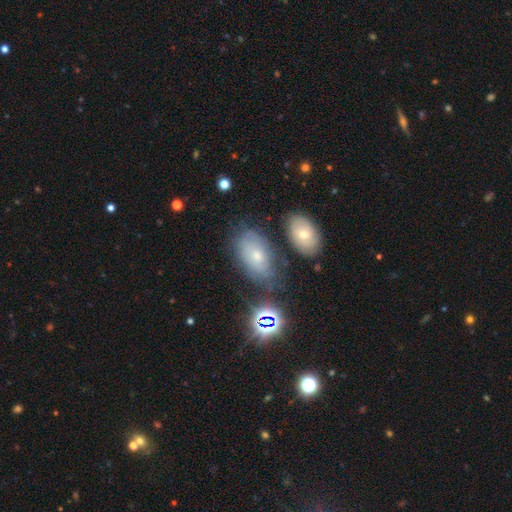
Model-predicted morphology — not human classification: Smooth or featured: smooth — 49% (featured or disk — 33%)
Merging: none — 61% (minor disturbance — 21%)